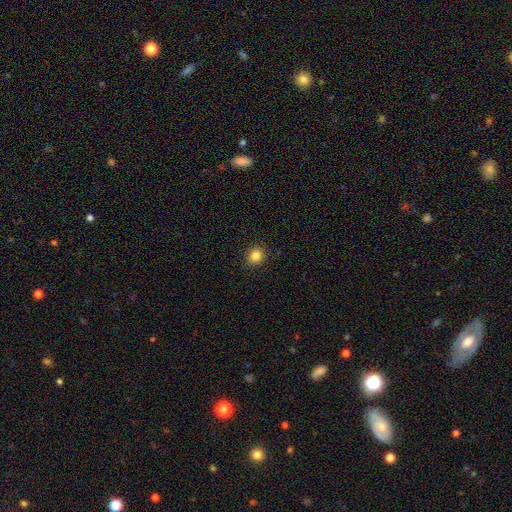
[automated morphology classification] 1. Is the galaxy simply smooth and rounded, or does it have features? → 84% smooth, 11% star or artifact, 5% featured or disk.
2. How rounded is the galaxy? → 79% round, 20% in between, 1% cigar-shaped.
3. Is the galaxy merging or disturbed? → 91% none, 7% minor disturbance, 2% major disturbance, 1% merger.